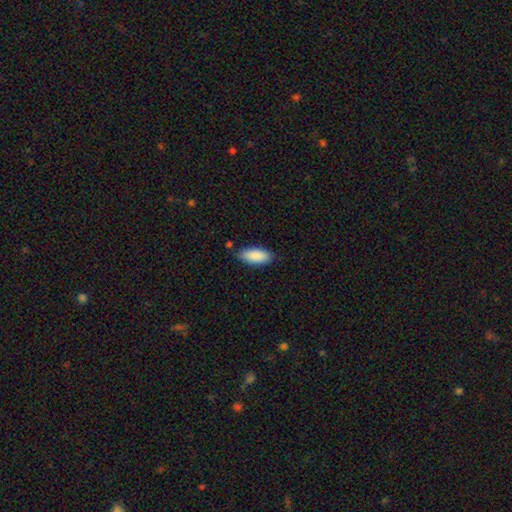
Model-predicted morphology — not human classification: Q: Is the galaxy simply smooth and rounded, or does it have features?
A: smooth — 90%.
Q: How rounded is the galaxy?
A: in between — 86%.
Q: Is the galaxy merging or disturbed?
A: none — 82%.